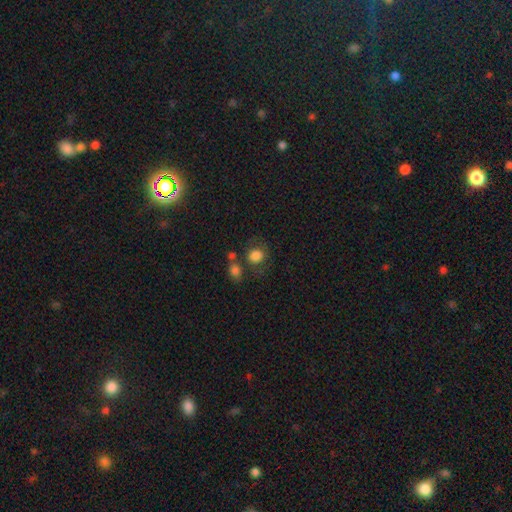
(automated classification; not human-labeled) Q: Smooth or featured?
A: smooth (80%); runner-up: star or artifact (10%)
Q: How rounded?
A: round (78%); runner-up: in between (21%)
Q: Merging?
A: none (58%); runner-up: merger (19%)